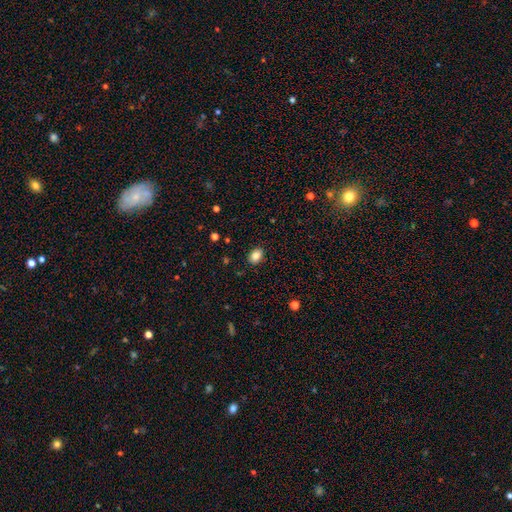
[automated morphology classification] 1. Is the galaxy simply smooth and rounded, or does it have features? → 86% smooth, 9% star or artifact, 5% featured or disk.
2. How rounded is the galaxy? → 73% in between, 26% round, 1% cigar-shaped.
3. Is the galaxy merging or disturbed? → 89% none, 8% minor disturbance, 2% major disturbance, 1% merger.